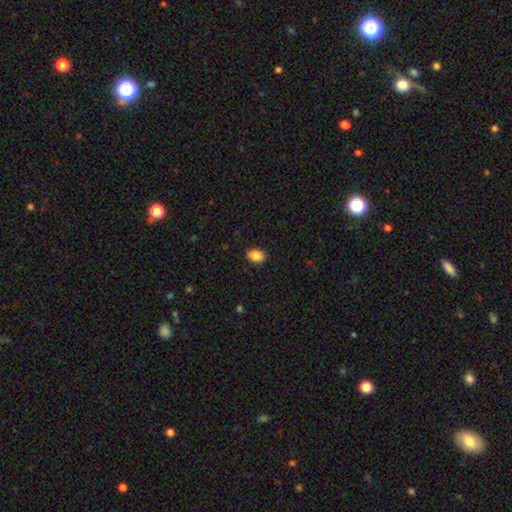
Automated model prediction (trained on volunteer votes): Smooth or featured? Predicted: smooth (p=0.86). How rounded? Predicted: in between (p=0.79). Merging? Predicted: none (p=0.90).